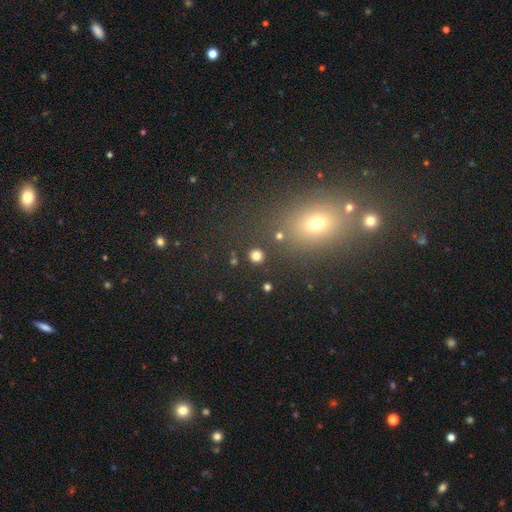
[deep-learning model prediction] A smooth galaxy with no disk features (79%) that is round (89%). Merging: none (87%).